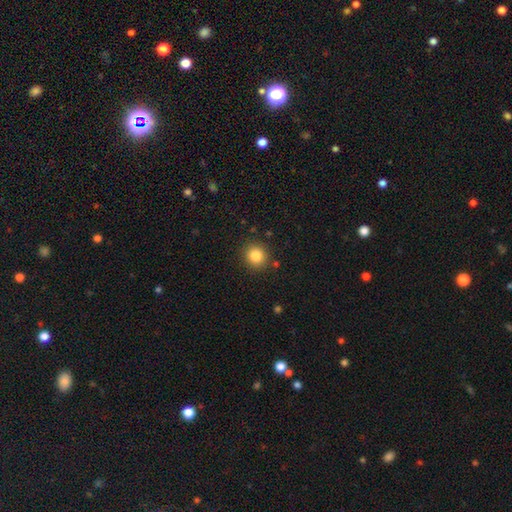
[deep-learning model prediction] The model was most divided on "smooth or featured": smooth: 84%, star or artifact: 11%, featured or disk: 5%. More confident: merging — none (88%); how rounded — round (88%).